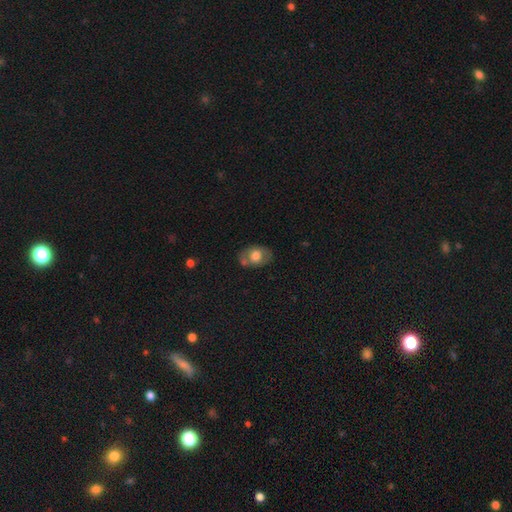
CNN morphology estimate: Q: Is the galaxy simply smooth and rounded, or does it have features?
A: smooth — 62%.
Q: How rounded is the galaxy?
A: in between — 74%.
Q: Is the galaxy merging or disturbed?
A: none — 63%.